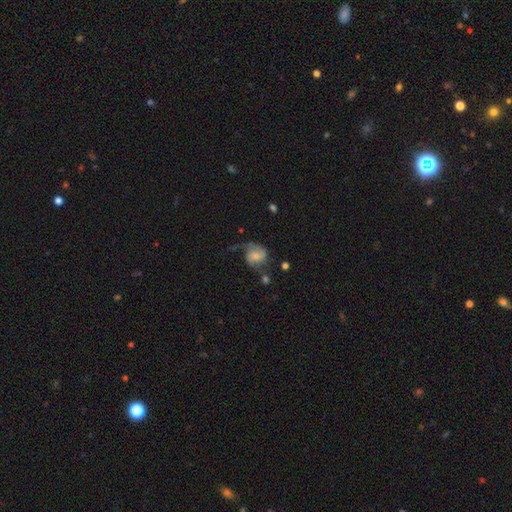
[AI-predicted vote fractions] A featured or disk galaxy (64%) with no bar (60%), 2 (61%) medium (41%) spiral arms (90%) and a small central bulge (42%).

Vote fractions:
- Smooth or featured? featured or disk: 64% / smooth: 29% / star or artifact: 8%
- Edge-on disk? no: 98% / yes: 2%
- Bar? no: 60% / weak: 34% / strong: 6%
- Spiral arms? yes: 90% / no: 10%
- Spiral winding? medium: 41% / loose: 38% / tight: 21%
- Spiral arm count? 2: 61% / 1: 28% / can't tell: 7% / 3: 2% / 4: 1% / more than 4: 1%
- Bulge size? small: 42% / moderate: 37% / none: 12% / large: 7% / dominant: 2%
- Merging? none: 43% / major disturbance: 27% / minor disturbance: 25% / merger: 6%